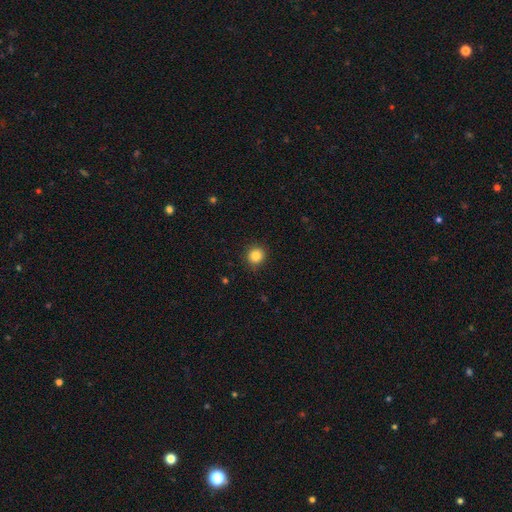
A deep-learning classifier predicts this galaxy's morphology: Overall: smooth (85%). How rounded: round (92%). Merging: none (90%).